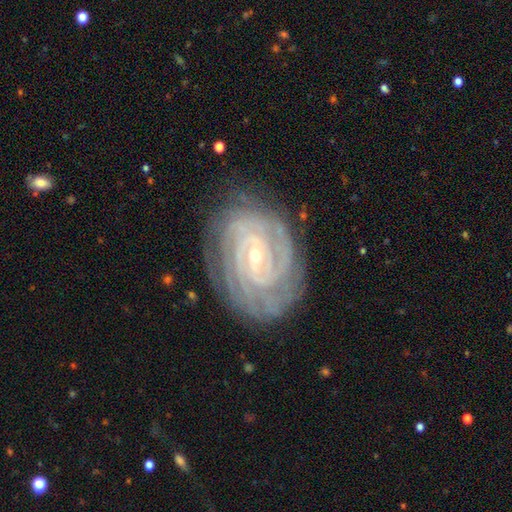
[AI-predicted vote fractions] Overall: featured or disk (91%). Edge-on disk: no (97%). Bar: weak (44%; no 30%). Spiral arms: yes (98%). Spiral arm count: 4 (25%; can't tell 21%). Spiral winding: tight (86%). Bulge size: small (65%; moderate 32%). Merging: none (81%).